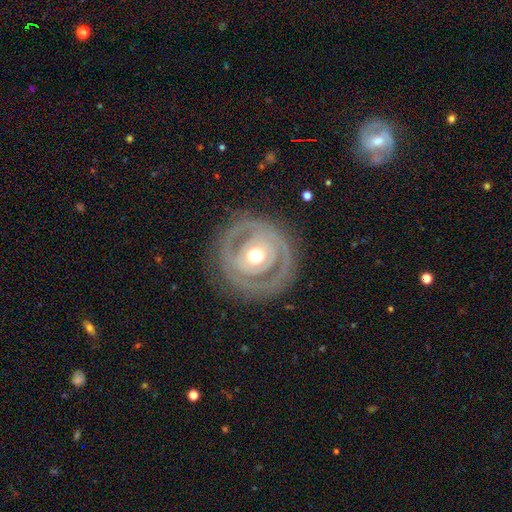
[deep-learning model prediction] featured or disk 74%, smooth 20%, star or artifact 6%. Down the decision tree: edge-on disk — no (95%); bar — no (58%); spiral arms — yes (53%); bulge size — moderate (70%); merging — none (80%).